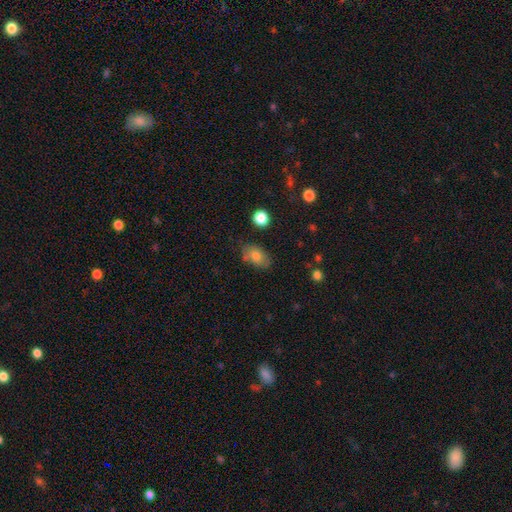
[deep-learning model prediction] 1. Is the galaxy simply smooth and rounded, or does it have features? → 74% smooth, 16% featured or disk, 9% star or artifact.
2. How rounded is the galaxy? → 85% in between, 13% round, 2% cigar-shaped.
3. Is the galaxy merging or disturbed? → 73% none, 19% minor disturbance, 4% major disturbance, 3% merger.